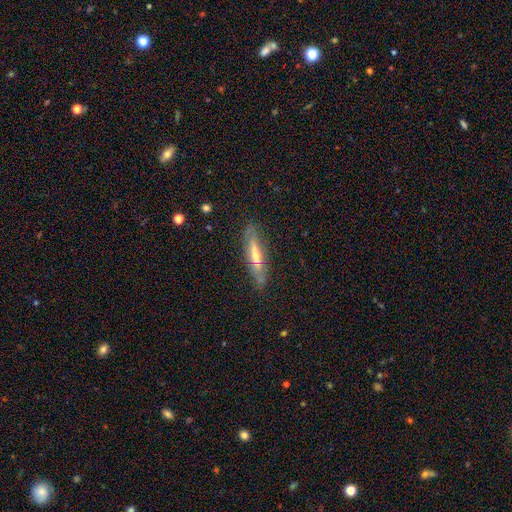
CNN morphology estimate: Smooth or featured? featured or disk (61%)
Edge-on disk? yes (79%)
Merging? none (82%)